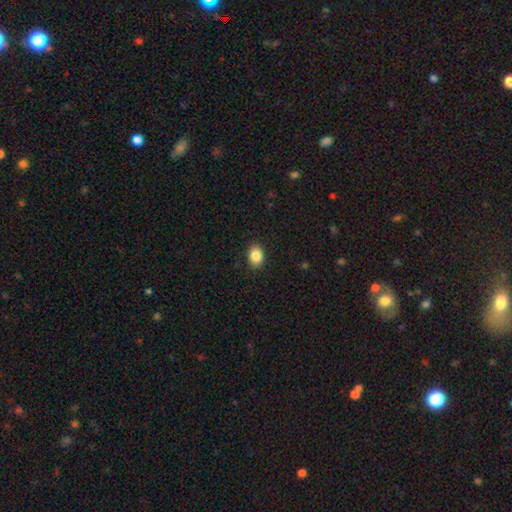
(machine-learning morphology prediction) smooth-or-featured: smooth: 86% | star or artifact: 9% | featured or disk: 5%
  how-rounded: in between: 73% | round: 26% | cigar-shaped: 1%
  merging: none: 89% | minor disturbance: 8% | major disturbance: 2% | merger: 1%